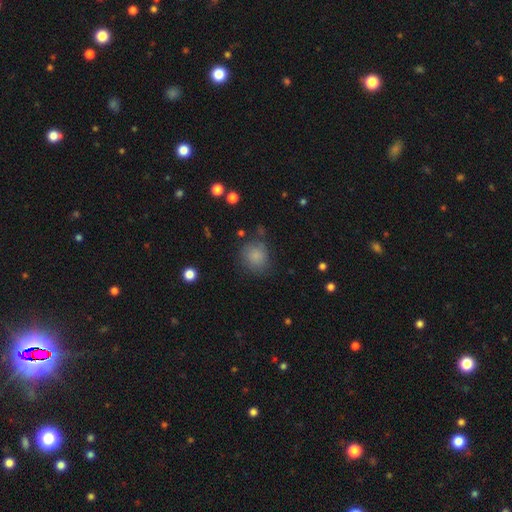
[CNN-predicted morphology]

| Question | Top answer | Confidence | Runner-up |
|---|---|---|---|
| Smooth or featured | smooth | 82% | star or artifact (10%) |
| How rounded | round | 78% | in between (21%) |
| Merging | none | 71% | minor disturbance (19%) |